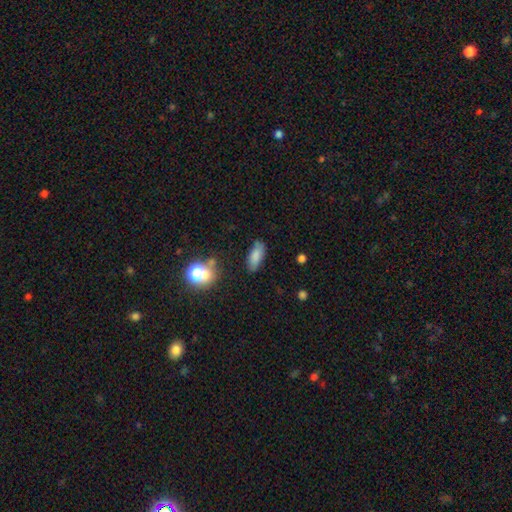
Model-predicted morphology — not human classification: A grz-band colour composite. It shows a smooth galaxy with no disk features (80%) that is in between round and cigar-shaped (77%). Merging: none (75%).